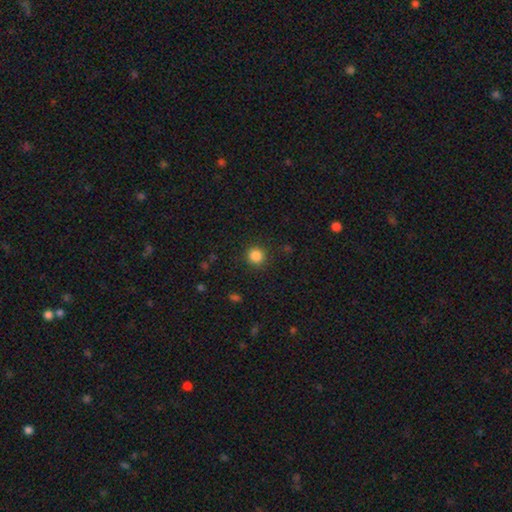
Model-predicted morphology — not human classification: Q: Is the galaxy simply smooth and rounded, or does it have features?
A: smooth — 85%.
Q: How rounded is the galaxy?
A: round — 93%.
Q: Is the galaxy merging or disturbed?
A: none — 89%.